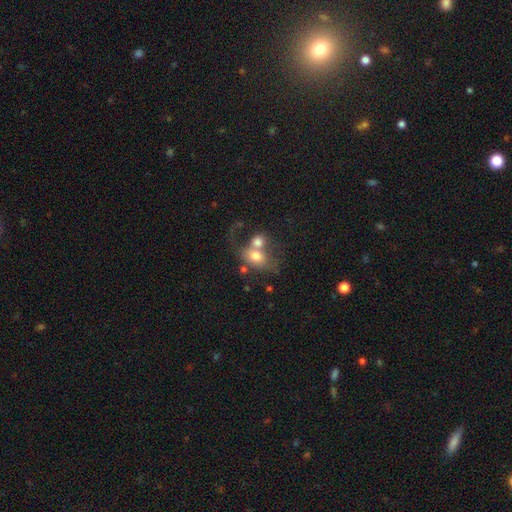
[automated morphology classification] smooth-or-featured: smooth: 66% | featured or disk: 24% | star or artifact: 10%
  how-rounded: in between: 55% | round: 43% | cigar-shaped: 2%
  merging: merger: 66% | none: 17% | major disturbance: 10% | minor disturbance: 7%